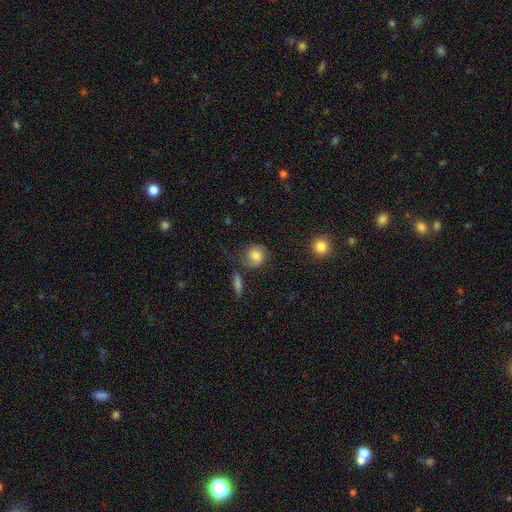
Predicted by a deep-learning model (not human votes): This appears to be a smooth galaxy with no disk features (60%) that is round (76%). Merging: none (58%).